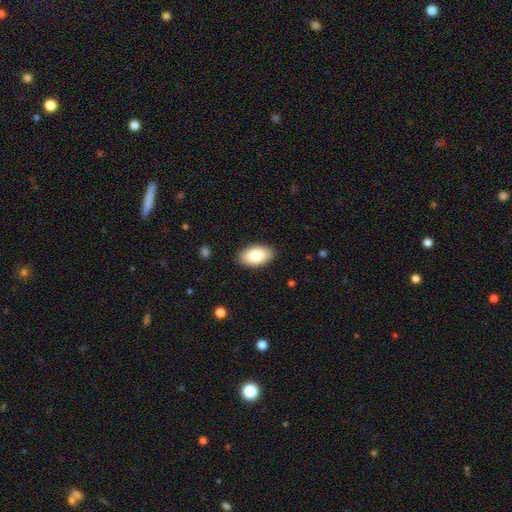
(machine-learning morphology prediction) This is clearly a smooth galaxy (82%). How rounded: clearly in between (94%). Merging: clearly none (88%).